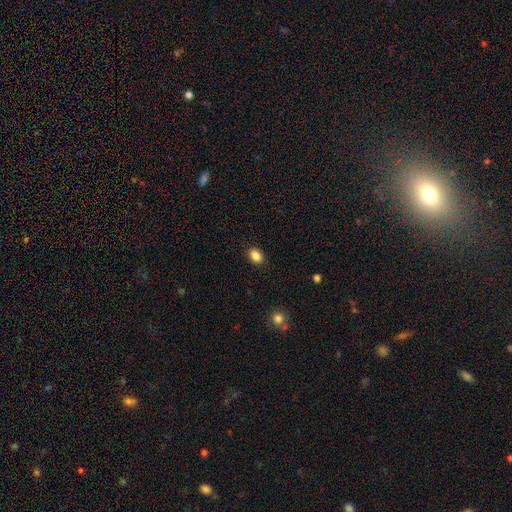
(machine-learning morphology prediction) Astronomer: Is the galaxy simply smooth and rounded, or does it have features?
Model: smooth — 86%.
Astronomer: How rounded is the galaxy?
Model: in between — 60% (runner-up: round, 39%).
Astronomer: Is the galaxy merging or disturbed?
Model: none — 90%.